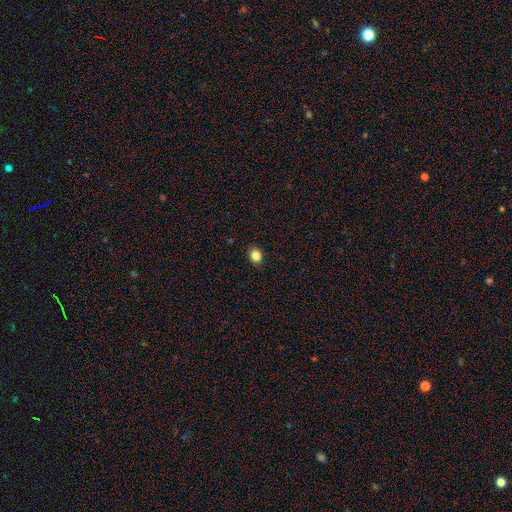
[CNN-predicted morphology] This appears to be a smooth galaxy with no disk features (85%) that is round (54%). Merging: none (90%).